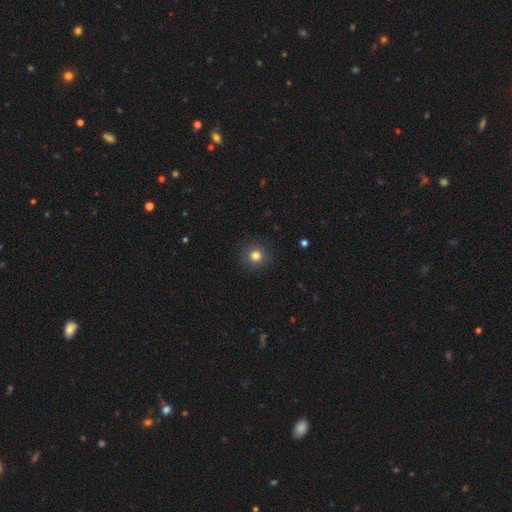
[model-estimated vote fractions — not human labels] This appears to be a smooth galaxy with no disk features (80%) that is round (91%). Merging: none (90%).